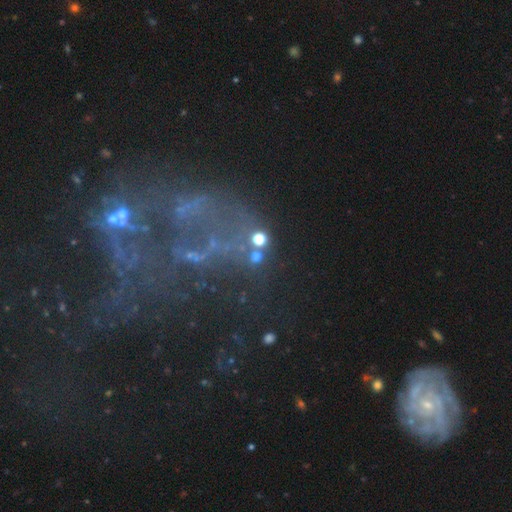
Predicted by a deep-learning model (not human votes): smooth_or_featured: star or artifact (p=0.45) [alt: featured or disk p=0.29]